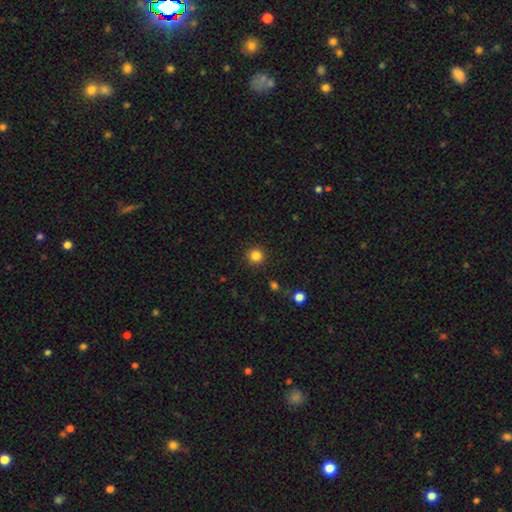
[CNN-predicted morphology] Overall: smooth (84%). How rounded: round (95%). Merging: none (91%).